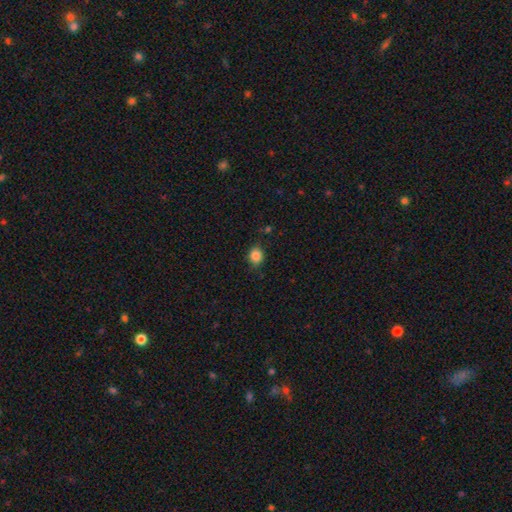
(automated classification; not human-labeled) Q: Smooth or featured?
A: smooth (86%); runner-up: star or artifact (11%)
Q: How rounded?
A: round (68%); runner-up: in between (31%)
Q: Merging?
A: none (81%); runner-up: minor disturbance (14%)